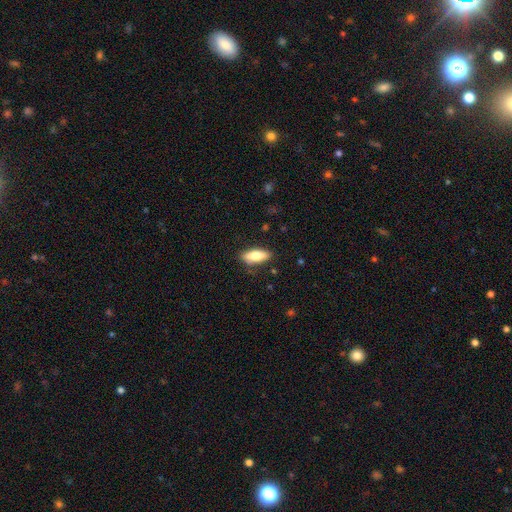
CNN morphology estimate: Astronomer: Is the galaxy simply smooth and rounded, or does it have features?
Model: smooth — 72%.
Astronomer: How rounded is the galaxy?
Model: in between — 72%.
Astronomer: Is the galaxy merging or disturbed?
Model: none — 82%.